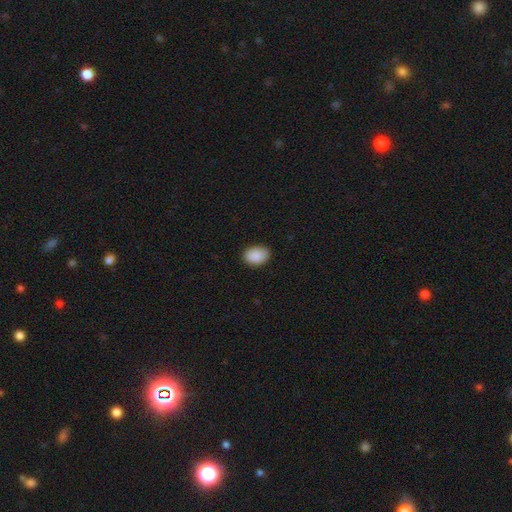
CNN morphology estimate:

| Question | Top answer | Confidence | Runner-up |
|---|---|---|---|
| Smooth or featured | smooth | 90% | star or artifact (7%) |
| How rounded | in between | 73% | round (26%) |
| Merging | none | 85% | minor disturbance (12%) |